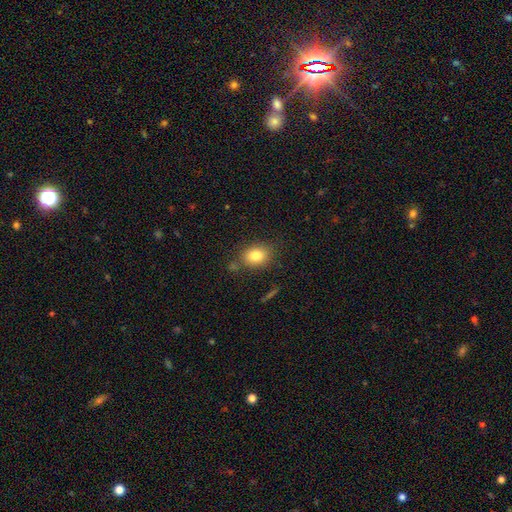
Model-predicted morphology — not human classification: Smooth or featured? Predicted: smooth (p=0.81). How rounded? Predicted: in between (p=0.59). Merging? Predicted: none (p=0.77).